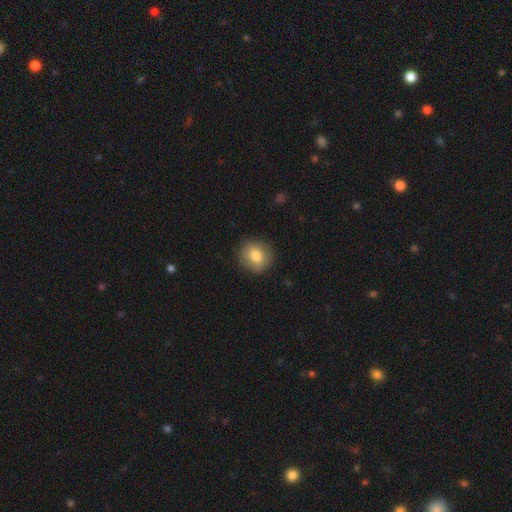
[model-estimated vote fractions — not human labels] A smooth galaxy with no disk features (81%) that is round (86%). Merging: none (87%).